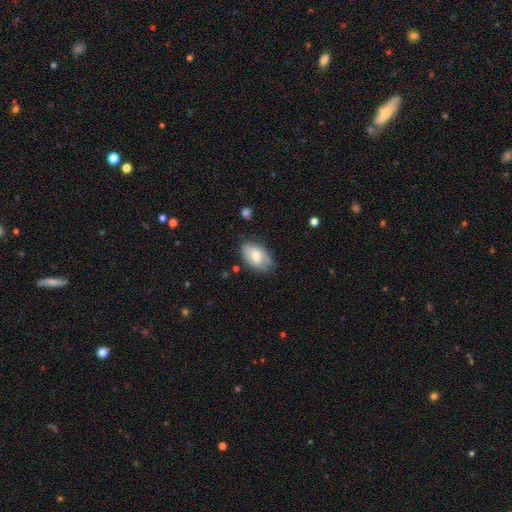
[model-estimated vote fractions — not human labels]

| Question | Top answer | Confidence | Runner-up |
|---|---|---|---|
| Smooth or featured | smooth | 68% | featured or disk (26%) |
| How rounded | in between | 91% | round (7%) |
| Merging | none | 69% | minor disturbance (24%) |